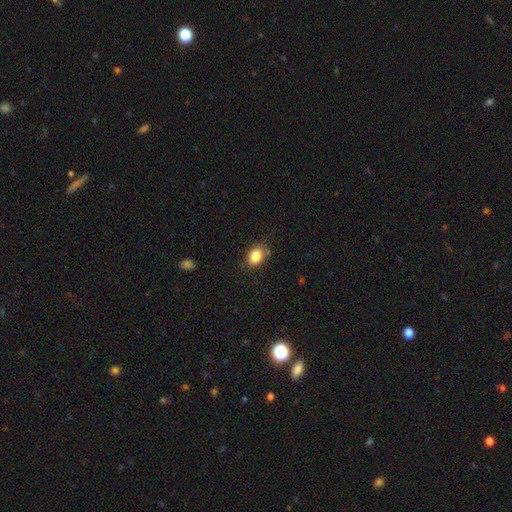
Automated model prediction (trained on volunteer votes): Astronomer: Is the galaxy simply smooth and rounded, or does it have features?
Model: smooth — 86%.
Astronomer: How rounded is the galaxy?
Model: in between — 72%.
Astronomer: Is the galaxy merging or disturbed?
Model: none — 73%.